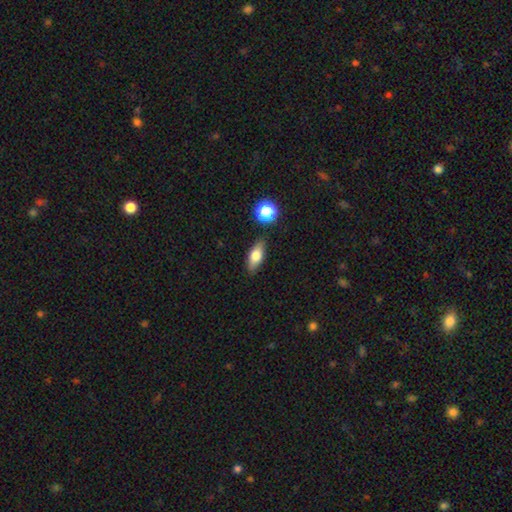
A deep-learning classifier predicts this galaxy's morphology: This is likely a smooth galaxy (73%). How rounded: likely in between (76%). Merging: clearly none (84%).